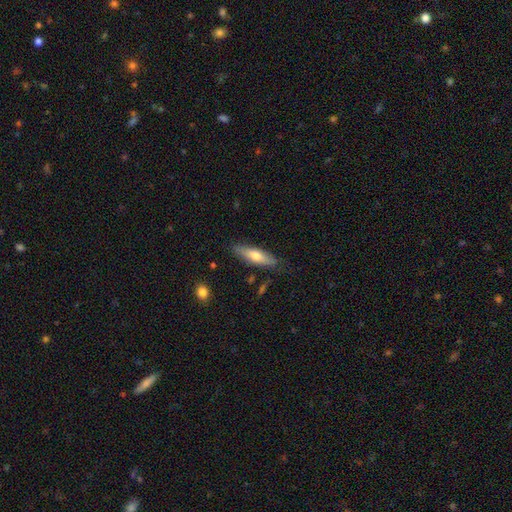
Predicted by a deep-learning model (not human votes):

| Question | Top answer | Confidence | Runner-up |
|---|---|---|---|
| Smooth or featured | smooth | 60% | featured or disk (34%) |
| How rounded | cigar-shaped | 63% | in between (35%) |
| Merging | none | 81% | minor disturbance (14%) |